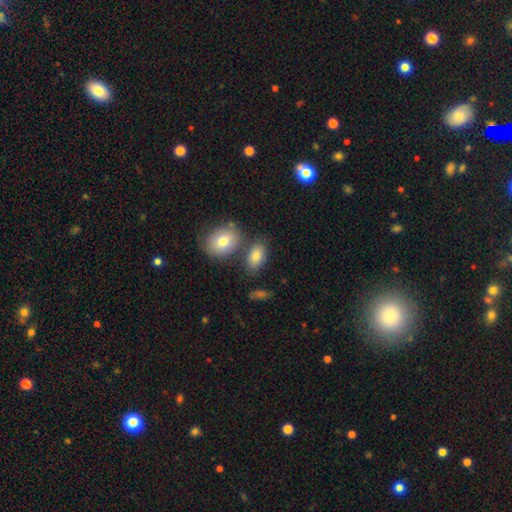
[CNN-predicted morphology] This is clearly a smooth galaxy (82%). How rounded: clearly in between (89%). Merging: likely none (66%).